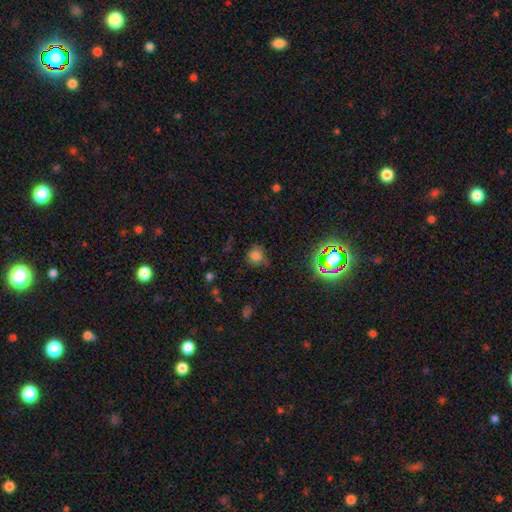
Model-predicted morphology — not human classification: Smooth or featured: smooth — 70% (star or artifact — 22%)
How rounded: round — 83% (in between — 16%)
Merging: none — 65% (minor disturbance — 24%)